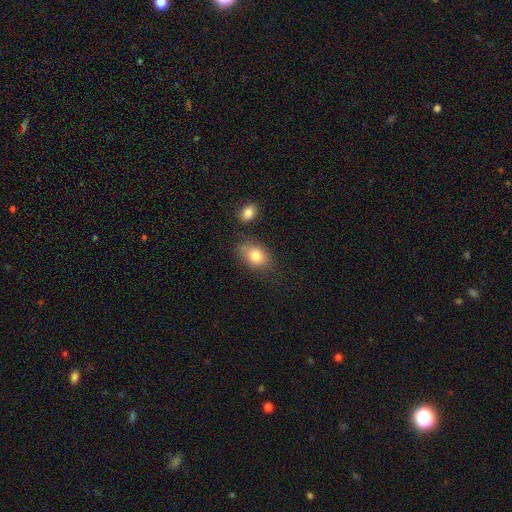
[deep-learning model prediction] Morphology: type=smooth (81%); roundness=in between (74%); merging=none (65%).